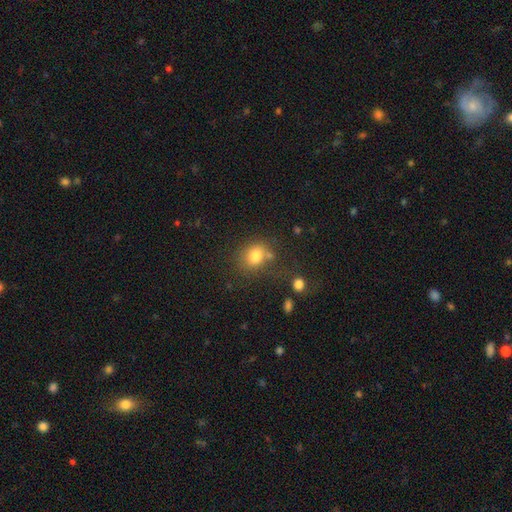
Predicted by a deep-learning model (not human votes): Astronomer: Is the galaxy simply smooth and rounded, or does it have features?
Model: smooth — 78%.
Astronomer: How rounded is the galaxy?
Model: round — 59% (runner-up: in between, 40%).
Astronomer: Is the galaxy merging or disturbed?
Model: none — 60%.